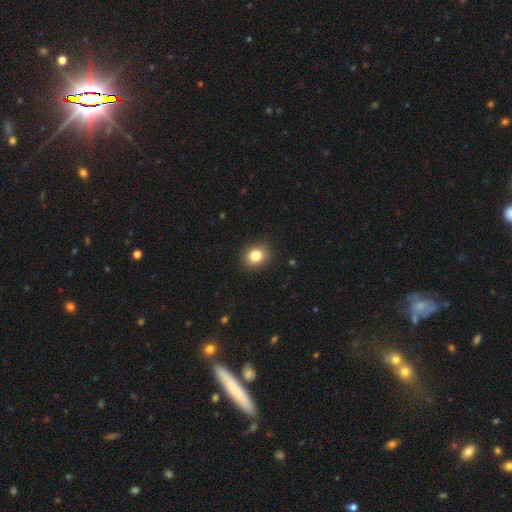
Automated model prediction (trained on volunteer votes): Smooth or featured? Predicted: smooth (p=0.83). How rounded? Predicted: round (p=0.60). Merging? Predicted: none (p=0.89).